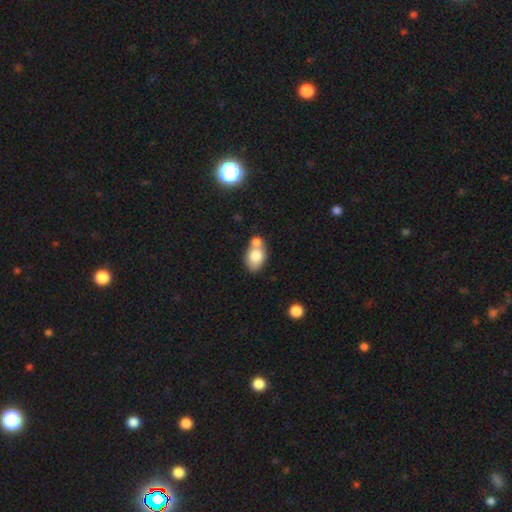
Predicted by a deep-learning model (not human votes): Smooth or featured: smooth — 77% (featured or disk — 15%)
How rounded: in between — 80% (round — 19%)
Merging: merger — 49% (none — 35%)